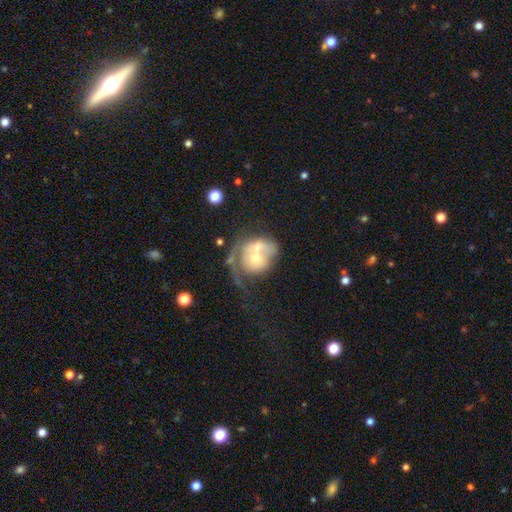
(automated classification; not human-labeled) Morphology: type=featured or disk (49%); merging=merger (50%).